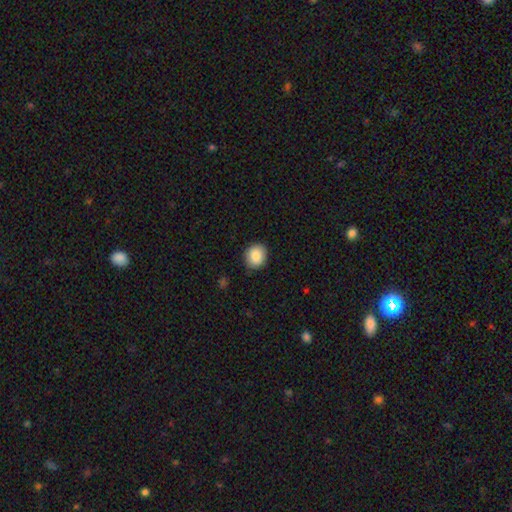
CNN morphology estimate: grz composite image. It shows a smooth galaxy with no disk features (88%) that is round (69%). Merging: none (87%).